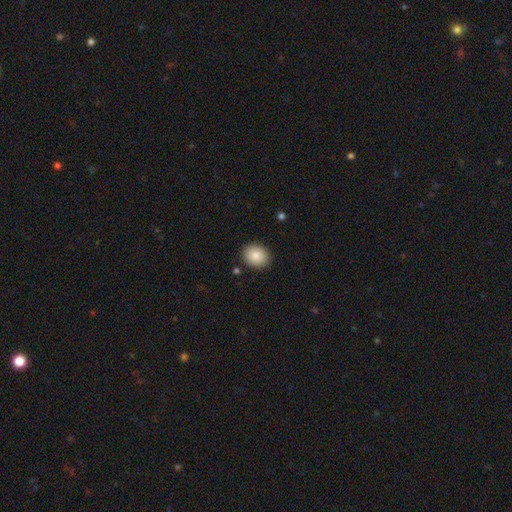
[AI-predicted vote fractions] Overall: smooth (87%). How rounded: round (53%; in between 46%). Merging: none (88%).